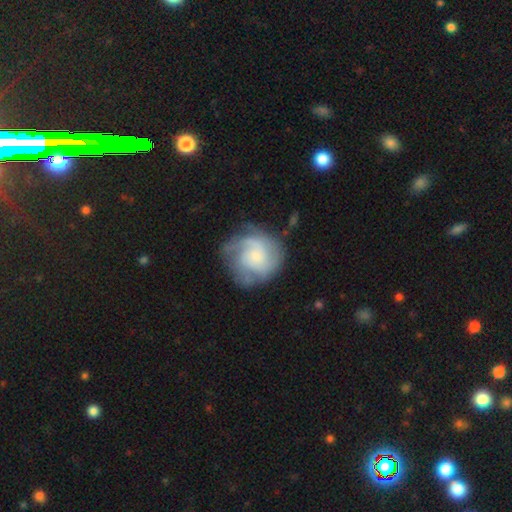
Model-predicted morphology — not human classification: smooth-or-featured: featured or disk: 69% | smooth: 25% | star or artifact: 6%
  disk-edge-on: no: 98% | yes: 2%
    bar: no: 74% | weak: 23% | strong: 3%
    has-spiral-arms: yes: 91% | no: 9%
      spiral-winding: tight: 43% | medium: 39% | loose: 17%
      spiral-arm-count: can't tell: 29% | 3: 26% | 2: 23% | 1: 9% | 4: 7% | more than 4: 5%
    bulge-size: small: 61% | moderate: 23% | none: 9% | large: 5% | dominant: 2%
  merging: none: 64% | minor disturbance: 20% | major disturbance: 13% | merger: 2%